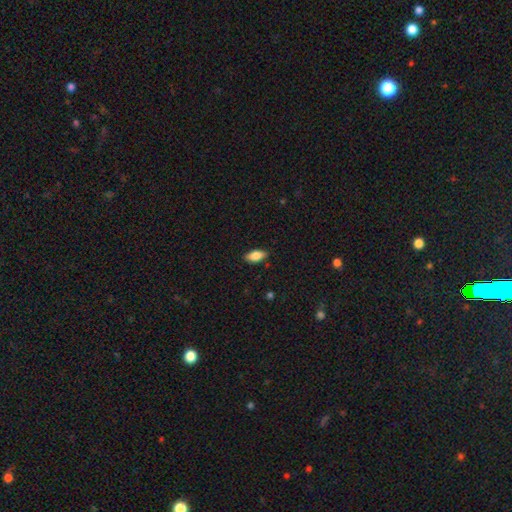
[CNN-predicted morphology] Smooth or featured? Predicted: smooth (p=0.84). How rounded? Predicted: in between (p=0.90). Merging? Predicted: none (p=0.86).